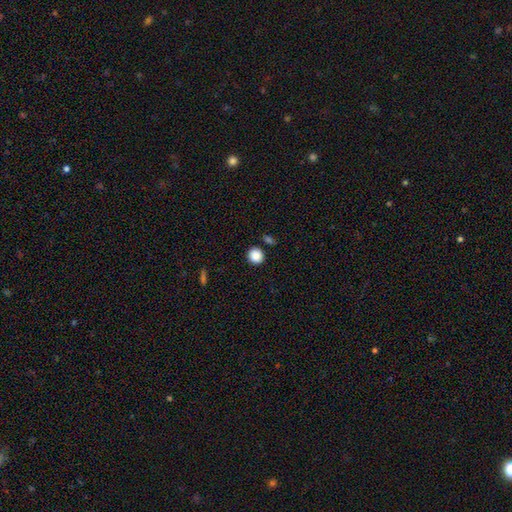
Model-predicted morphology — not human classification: type=smooth (88%); roundness=round (88%); merging=none (87%).